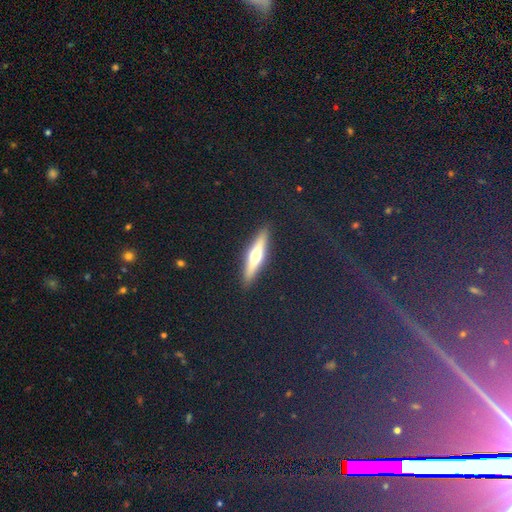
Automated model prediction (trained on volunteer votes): Smooth or featured: featured or disk — 62% (smooth — 31%)
Edge-on disk: yes — 96% (no — 4%)
Edge-on bulge: rounded — 93% (boxy — 4%)
Merging: none — 91% (minor disturbance — 6%)